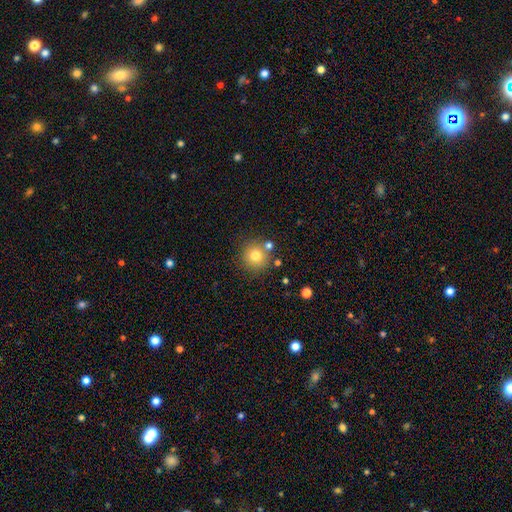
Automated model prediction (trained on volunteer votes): Smooth or featured?
  - smooth: 77% *
  - star or artifact: 12%
  - featured or disk: 10%
How rounded?
  - round: 93% *
  - in between: 6%
  - cigar-shaped: 1%
Merging?
  - none: 76% *
  - merger: 11%
  - minor disturbance: 9%
  - major disturbance: 3%